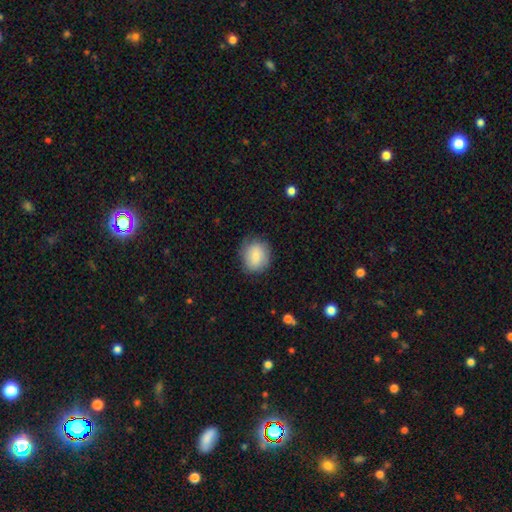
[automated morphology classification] A smooth galaxy with no disk features (81%) that is round (57%). Merging: none (76%).